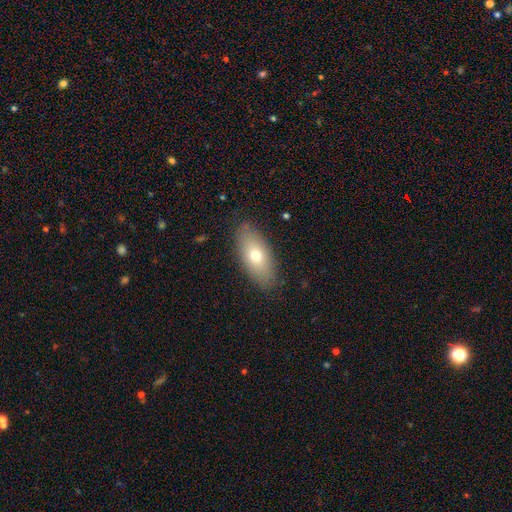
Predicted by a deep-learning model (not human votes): This appears to be a smooth galaxy with no disk features (67%) that is in between round and cigar-shaped (83%). Merging: none (85%).